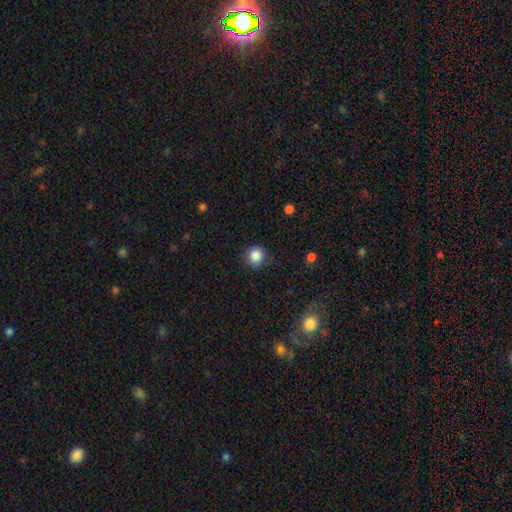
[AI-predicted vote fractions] Smooth or featured: smooth — 85% (star or artifact — 10%)
How rounded: round — 90% (in between — 9%)
Merging: none — 86% (minor disturbance — 10%)